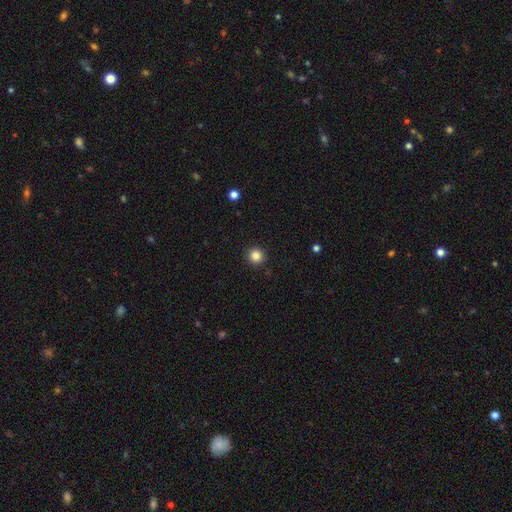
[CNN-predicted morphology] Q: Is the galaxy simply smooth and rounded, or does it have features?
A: smooth — 85%.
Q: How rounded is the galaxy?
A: round — 95%.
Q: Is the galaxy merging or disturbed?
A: none — 93%.